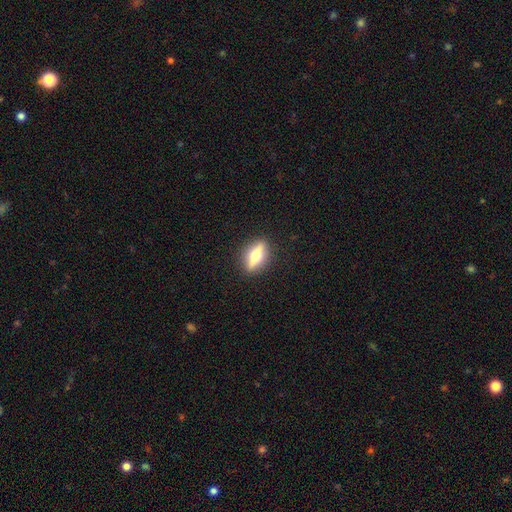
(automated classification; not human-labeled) Smooth or featured?
  - featured or disk: 57% *
  - smooth: 36%
  - star or artifact: 7%
Edge-on disk?
  - yes: 86% *
  - no: 14%
Merging?
  - none: 89% *
  - minor disturbance: 8%
  - major disturbance: 3%
  - merger: 1%